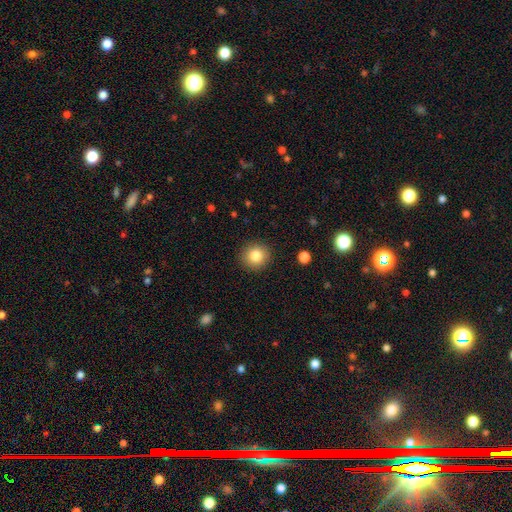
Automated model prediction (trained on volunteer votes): Smooth or featured: smooth — 83% (star or artifact — 10%)
How rounded: round — 91% (in between — 8%)
Merging: none — 91% (minor disturbance — 6%)